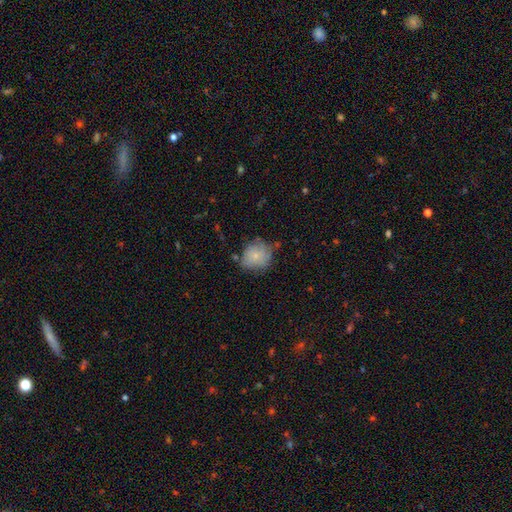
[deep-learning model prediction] A smooth galaxy with no disk features (71%) that is round (77%). Merging: none (58%).